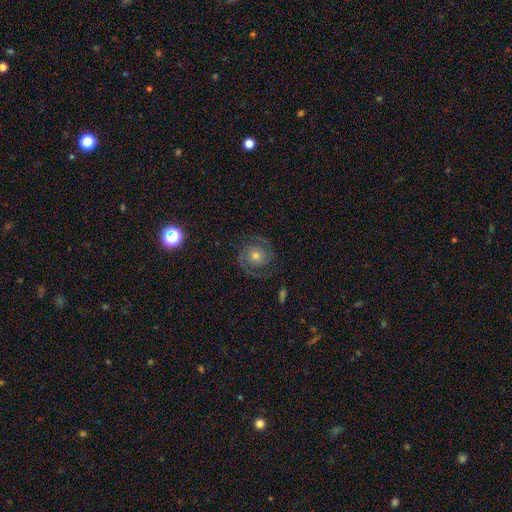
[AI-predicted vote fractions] smooth_or_featured: featured or disk (p=0.84) [alt: smooth p=0.08]
disk_edge_on: no (p=0.98) [alt: yes p=0.02]
bar: no (p=0.76) [alt: weak p=0.19]
has_spiral_arms: yes (p=0.96) [alt: no p=0.04]
spiral_winding: tight (p=0.52) [alt: medium p=0.40]
spiral_arm_count: 2 (p=0.89) [alt: can't tell p=0.04]
bulge_size: moderate (p=0.51) [alt: small p=0.42]
merging: none (p=0.83) [alt: minor disturbance p=0.10]